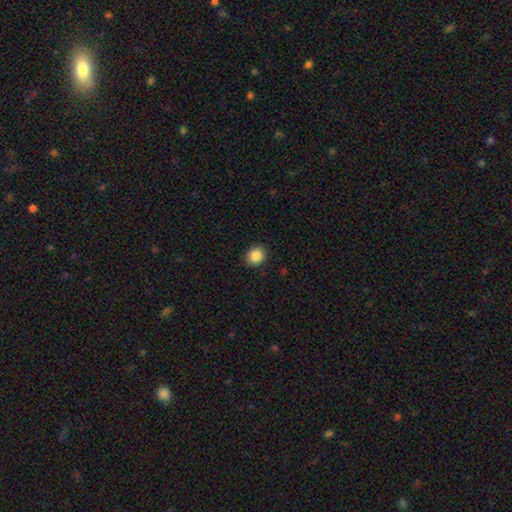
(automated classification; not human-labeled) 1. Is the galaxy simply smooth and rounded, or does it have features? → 87% smooth, 9% star or artifact, 4% featured or disk.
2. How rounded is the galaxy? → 63% round, 36% in between, 1% cigar-shaped.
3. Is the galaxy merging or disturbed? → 90% none, 7% minor disturbance, 2% major disturbance, 1% merger.